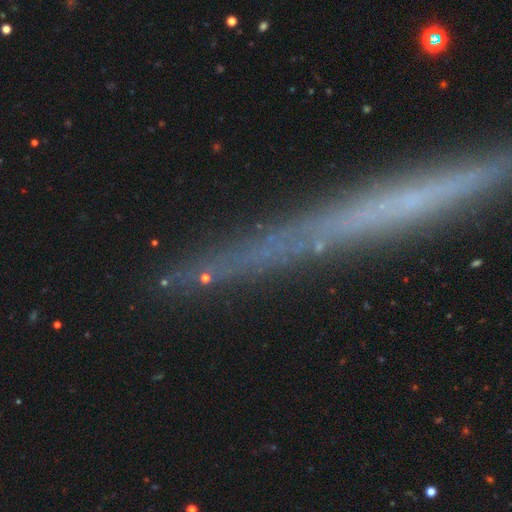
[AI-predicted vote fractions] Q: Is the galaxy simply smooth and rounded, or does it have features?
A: featured or disk — 40%.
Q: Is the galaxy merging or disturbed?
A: none — 84%.